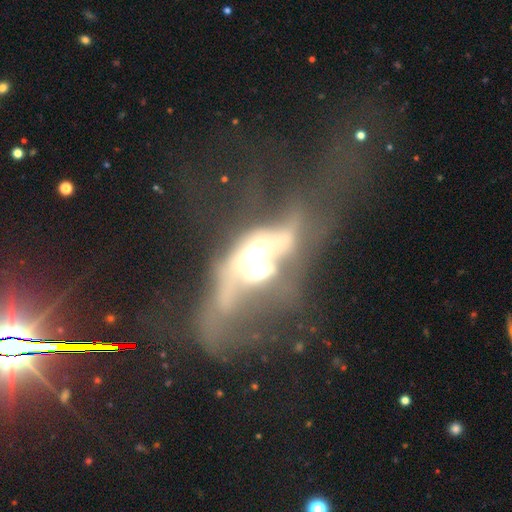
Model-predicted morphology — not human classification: This appears to be a featured or disk galaxy (66%) with no bar (71%), no spiral arms (64%) and a moderate central bulge (47%). Merging: merger (54%).